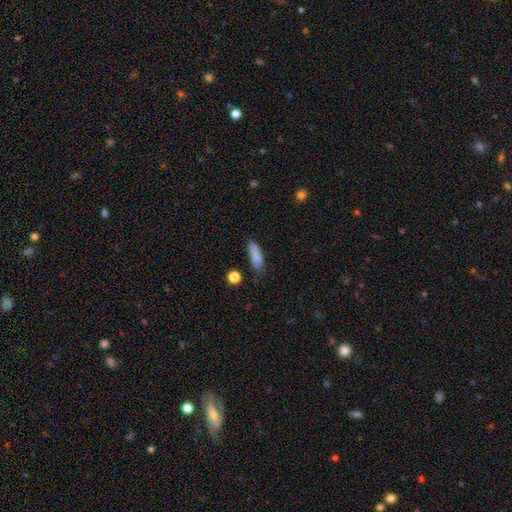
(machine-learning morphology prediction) smooth-or-featured: smooth: 86% | star or artifact: 8% | featured or disk: 6%
  how-rounded: in between: 56% | cigar-shaped: 41% | round: 2%
  merging: none: 73% | minor disturbance: 20% | major disturbance: 4% | merger: 3%